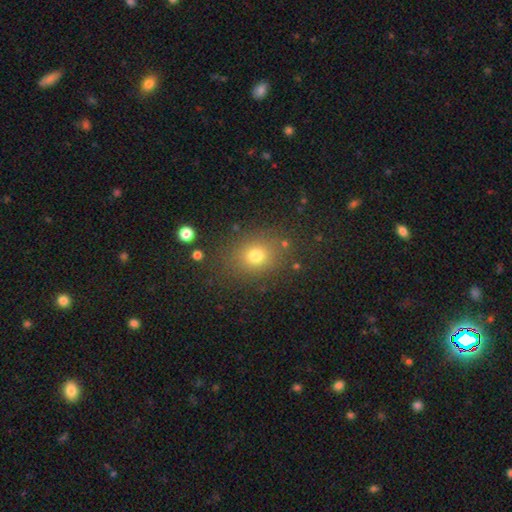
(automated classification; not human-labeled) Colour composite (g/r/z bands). It shows a smooth galaxy with no disk features (74%) that is round (54%). Merging: none (82%).